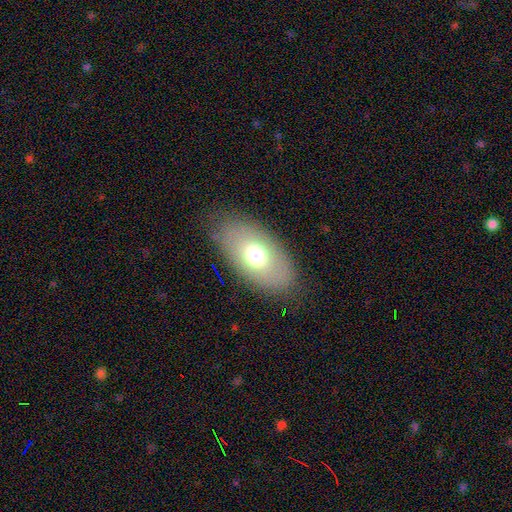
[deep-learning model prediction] Smooth or featured: smooth — 66% (featured or disk — 23%)
How rounded: in between — 90% (round — 8%)
Merging: none — 82% (minor disturbance — 12%)